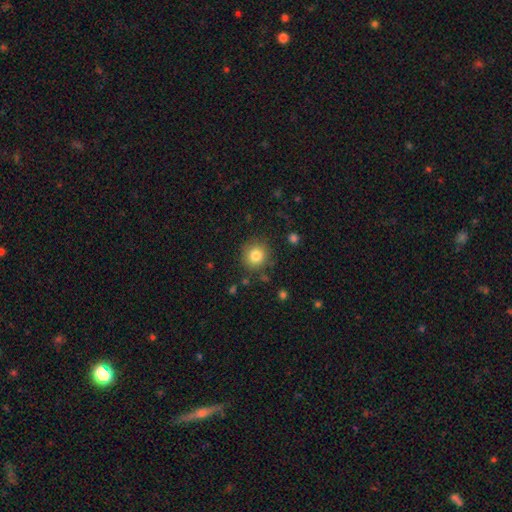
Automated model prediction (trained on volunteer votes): Smooth or featured? smooth (82%)
How rounded? round (92%)
Merging? none (85%)